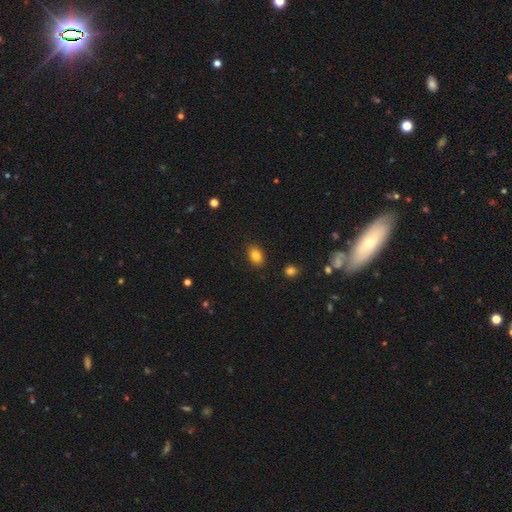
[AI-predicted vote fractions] Overall: smooth (83%). How rounded: in between (79%). Merging: none (87%).